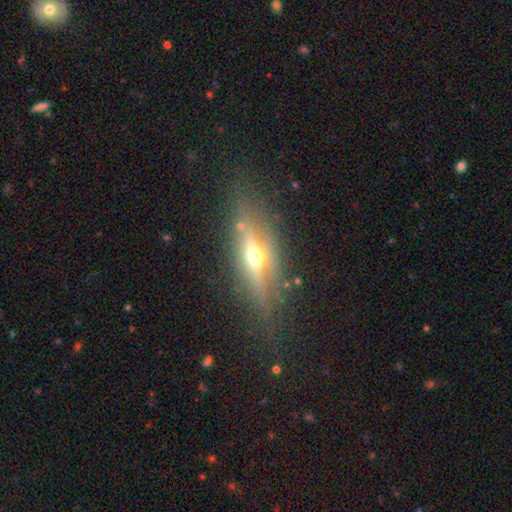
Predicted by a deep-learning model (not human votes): Smooth or featured? featured or disk (67%)
Edge-on disk? yes (86%)
Edge-on bulge? rounded (94%)
Merging? none (75%)